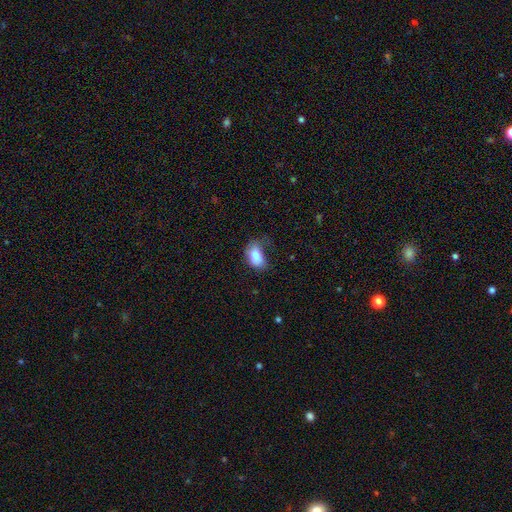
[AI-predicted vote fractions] smooth 81%, featured or disk 11%, star or artifact 8%. Down the decision tree: how rounded — in between (89%); merging — none (40%).